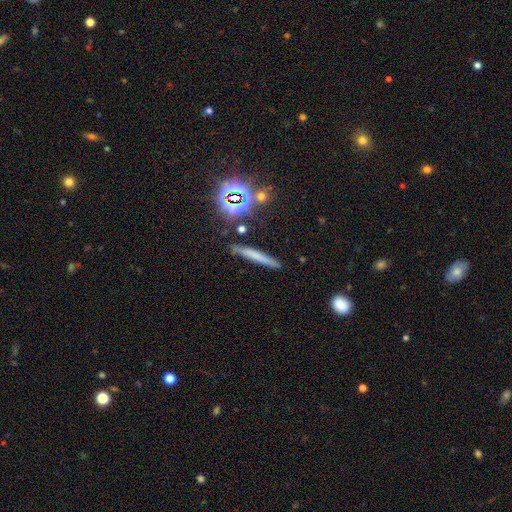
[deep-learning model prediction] Smooth or featured? Predicted: smooth (p=0.57). How rounded? Predicted: cigar-shaped (p=0.92). Merging? Predicted: none (p=0.82).